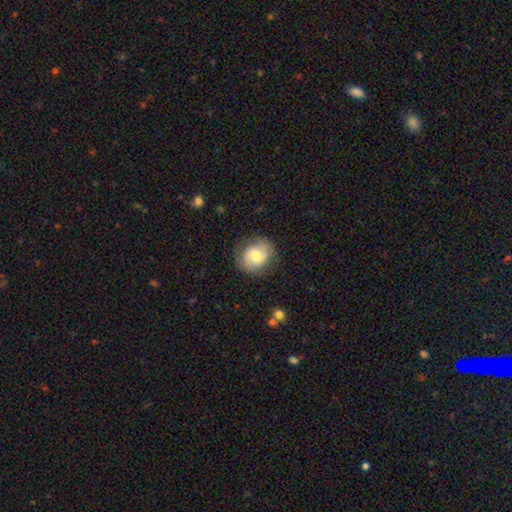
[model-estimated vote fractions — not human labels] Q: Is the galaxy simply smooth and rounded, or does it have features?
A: smooth — 59%.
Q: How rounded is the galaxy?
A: round — 61%.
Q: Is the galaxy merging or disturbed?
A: none — 78%.